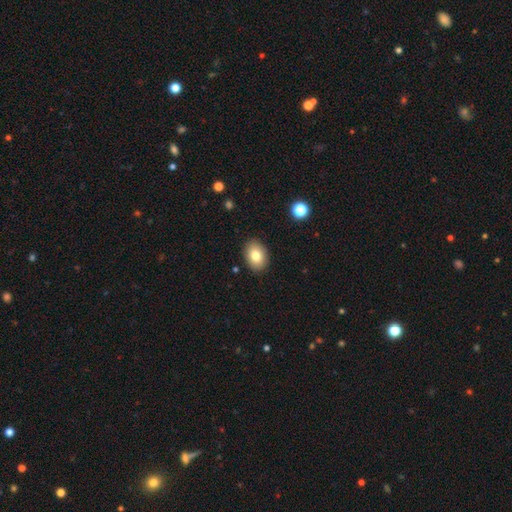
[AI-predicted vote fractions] Smooth or featured: smooth — 80% (featured or disk — 11%)
How rounded: in between — 77% (round — 22%)
Merging: none — 89% (minor disturbance — 8%)